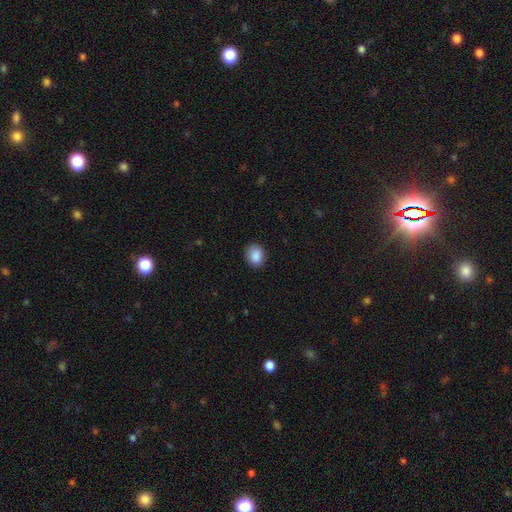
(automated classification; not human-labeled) This is clearly a smooth galaxy (88%). How rounded: possibly in between (53%). Merging: clearly none (87%).